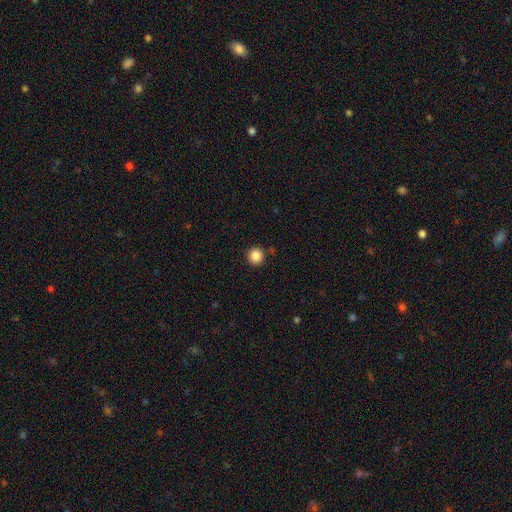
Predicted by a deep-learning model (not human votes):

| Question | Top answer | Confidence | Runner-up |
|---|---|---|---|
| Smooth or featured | smooth | 87% | star or artifact (10%) |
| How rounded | round | 95% | in between (4%) |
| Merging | none | 90% | minor disturbance (6%) |